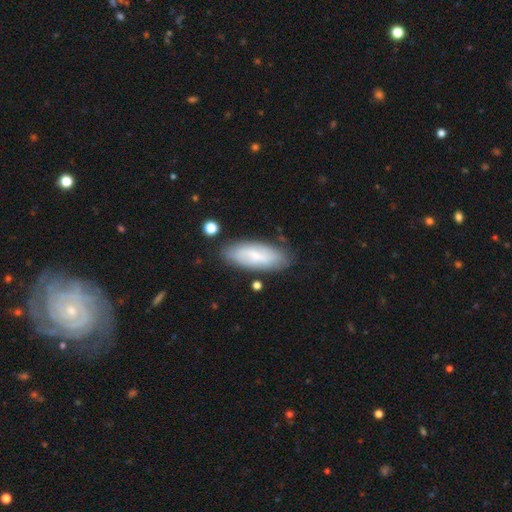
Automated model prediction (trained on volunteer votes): Smooth or featured? smooth (56%)
How rounded? in between (73%)
Merging? none (78%)